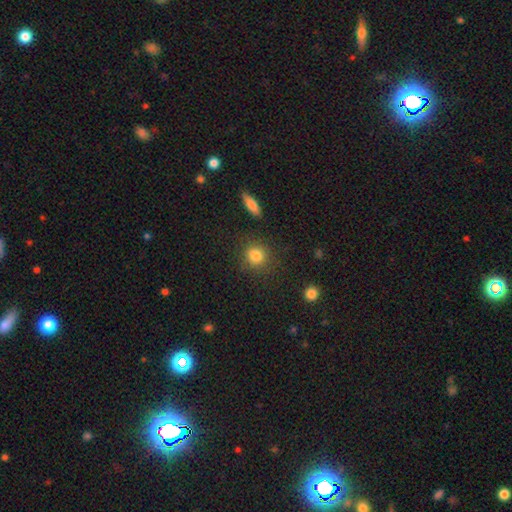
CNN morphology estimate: smooth_or_featured: smooth (p=0.83) [alt: star or artifact p=0.11]
how_rounded: round (p=0.84) [alt: in between p=0.15]
merging: none (p=0.83) [alt: minor disturbance p=0.10]